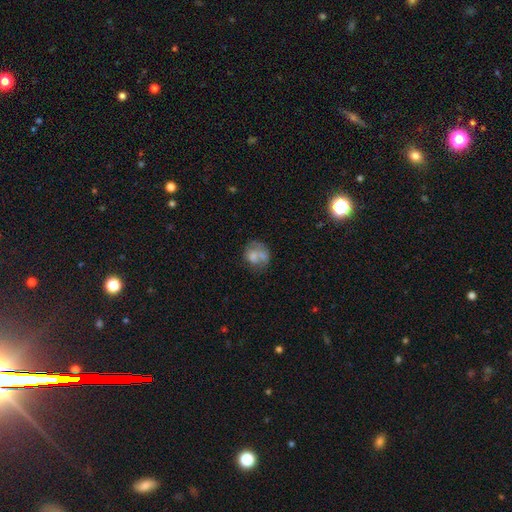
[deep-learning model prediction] A smooth galaxy with no disk features (58%) that is round (63%). Merging: none (37%).